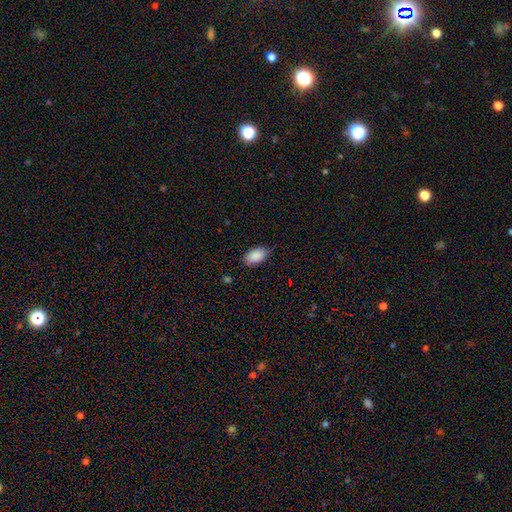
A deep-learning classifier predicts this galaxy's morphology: A smooth galaxy with no disk features (89%) that is in between round and cigar-shaped (92%). Merging: none (80%).